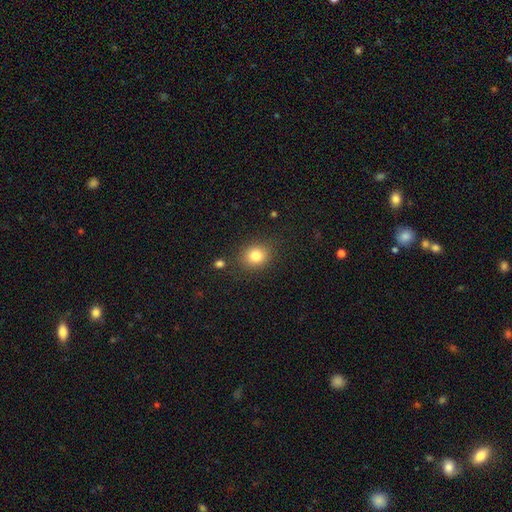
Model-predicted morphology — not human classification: Smooth or featured? smooth (81%)
How rounded? round (72%)
Merging? none (84%)